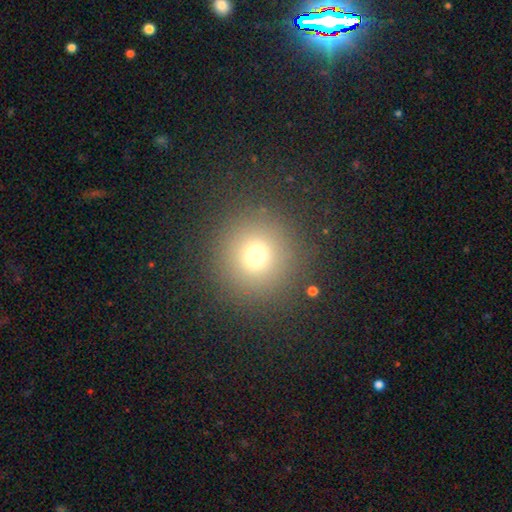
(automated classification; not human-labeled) smooth-or-featured: smooth: 72% | star or artifact: 19% | featured or disk: 10%
  how-rounded: round: 94% | in between: 5% | cigar-shaped: 1%
  merging: none: 89% | minor disturbance: 6% | major disturbance: 4% | merger: 1%